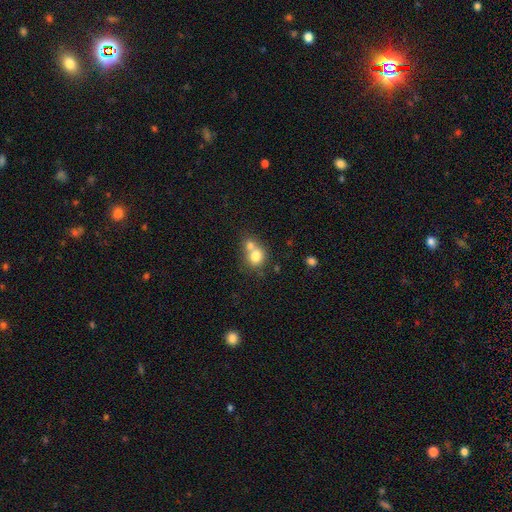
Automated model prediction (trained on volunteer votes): Q: Smooth or featured?
A: smooth (76%); runner-up: featured or disk (14%)
Q: How rounded?
A: round (72%); runner-up: in between (28%)
Q: Merging?
A: merger (56%); runner-up: none (34%)